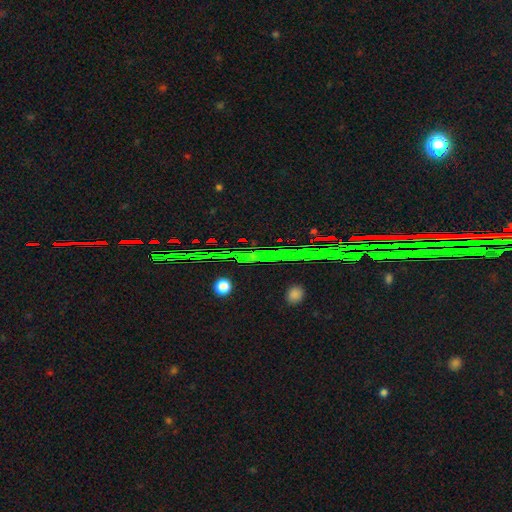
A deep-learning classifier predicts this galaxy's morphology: This is clearly a star or artifact rather than a galaxy (82%).